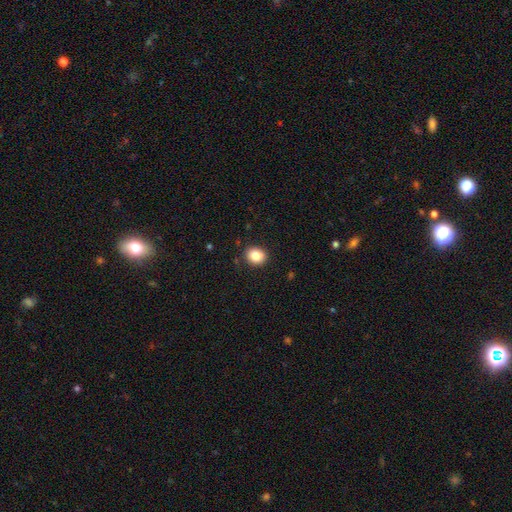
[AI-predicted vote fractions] A smooth galaxy with no disk features (85%) that is round (62%).

Vote fractions:
- Smooth or featured? smooth: 85% / star or artifact: 9% / featured or disk: 6%
- How rounded? round: 62% / in between: 37% / cigar-shaped: 1%
- Merging? none: 89% / minor disturbance: 8% / major disturbance: 2% / merger: 1%